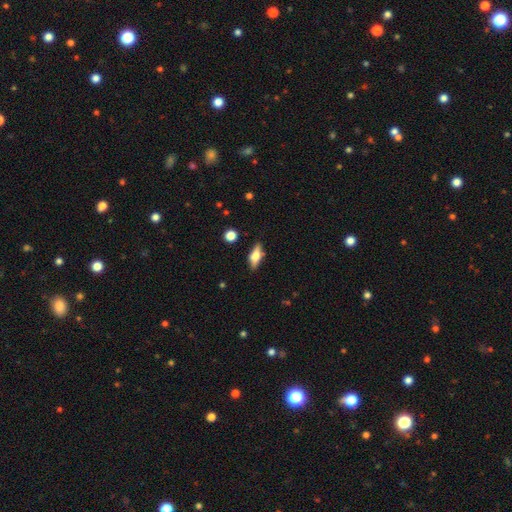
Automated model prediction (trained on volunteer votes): smooth 46% (tied), featured or disk 46% (tied), star or artifact 8%. Down the decision tree: merging — none (81%).